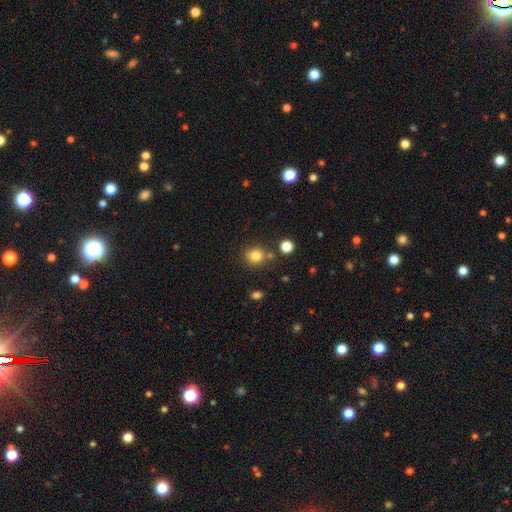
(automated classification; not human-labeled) Smooth or featured?
  - smooth: 81% *
  - star or artifact: 13%
  - featured or disk: 6%
How rounded?
  - round: 80% *
  - in between: 19%
  - cigar-shaped: 1%
Merging?
  - none: 76% *
  - minor disturbance: 11%
  - merger: 9%
  - major disturbance: 3%